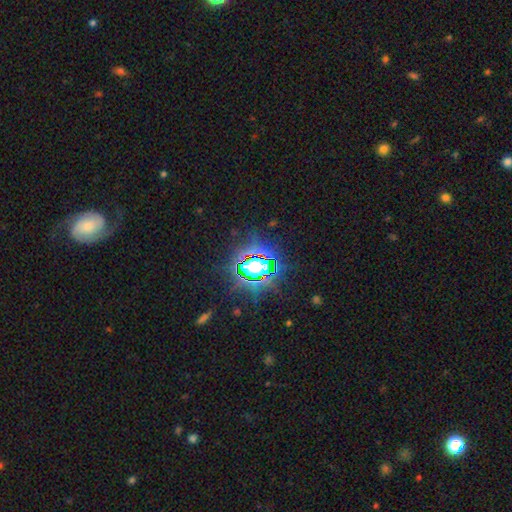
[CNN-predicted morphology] Smooth or featured? Predicted: star or artifact (p=0.80).